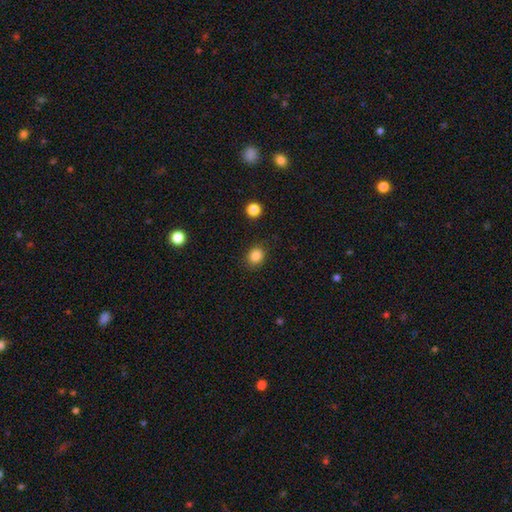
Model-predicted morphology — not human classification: Smooth or featured: smooth — 85% (star or artifact — 11%)
How rounded: round — 67% (in between — 32%)
Merging: none — 87% (minor disturbance — 9%)